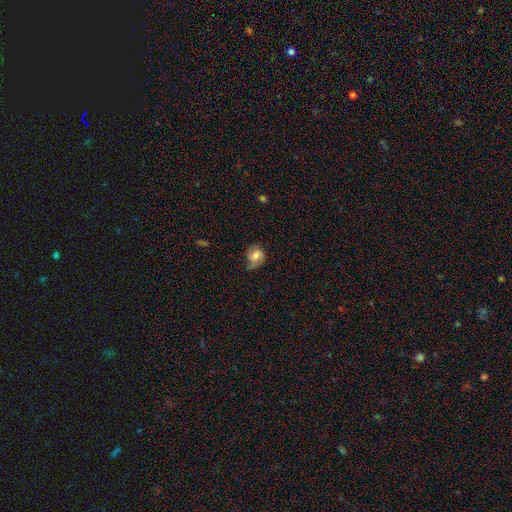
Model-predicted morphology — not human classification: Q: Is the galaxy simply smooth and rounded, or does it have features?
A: smooth — 53%.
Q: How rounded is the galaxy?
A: round — 66%.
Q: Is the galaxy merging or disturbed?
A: none — 51%.